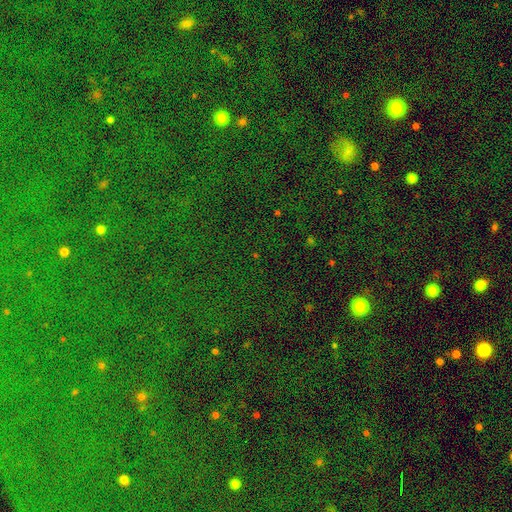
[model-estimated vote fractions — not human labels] Overall: star or artifact (78%).